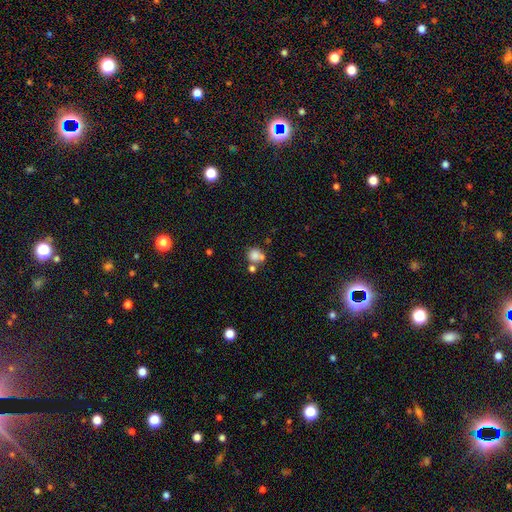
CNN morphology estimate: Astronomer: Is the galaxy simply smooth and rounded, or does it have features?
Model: smooth — 77%.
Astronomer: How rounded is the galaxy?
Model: round — 82%.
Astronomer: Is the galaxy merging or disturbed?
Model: none — 48% (runner-up: merger, 35%).